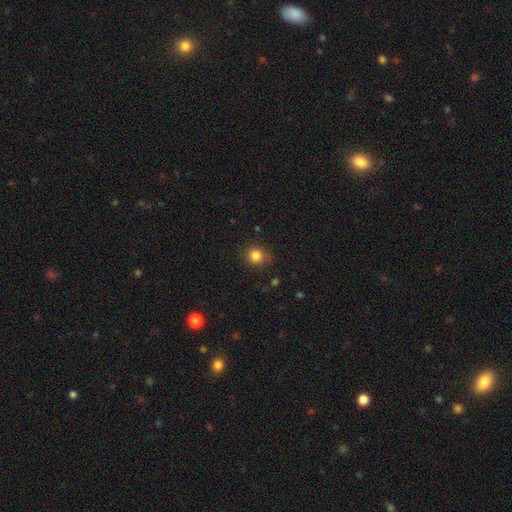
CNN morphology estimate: smooth-or-featured: smooth: 84% | star or artifact: 12% | featured or disk: 5%
  how-rounded: round: 86% | in between: 13% | cigar-shaped: 1%
  merging: none: 82% | minor disturbance: 13% | major disturbance: 3% | merger: 1%